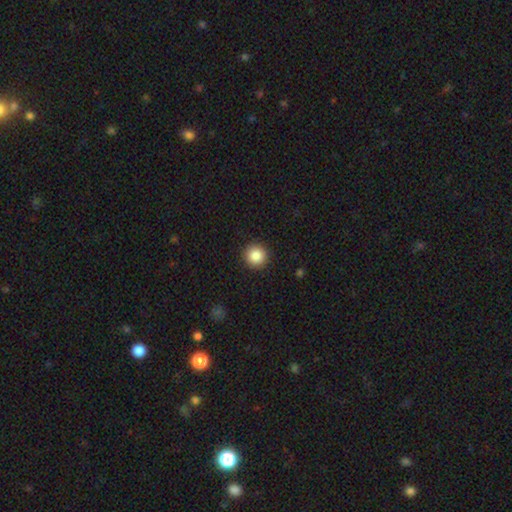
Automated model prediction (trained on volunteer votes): Q: Smooth or featured?
A: smooth (86%); runner-up: star or artifact (9%)
Q: How rounded?
A: round (95%); runner-up: in between (4%)
Q: Merging?
A: none (92%); runner-up: minor disturbance (5%)